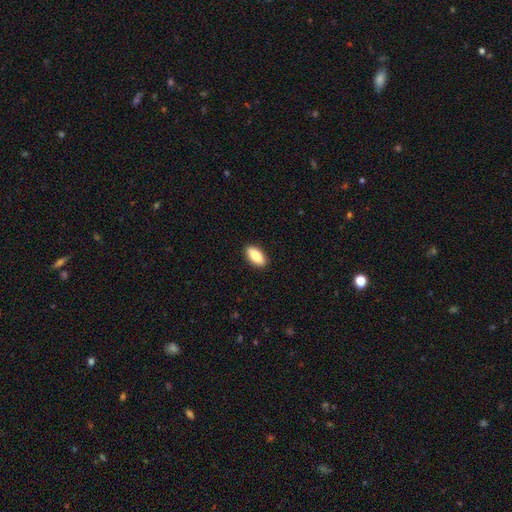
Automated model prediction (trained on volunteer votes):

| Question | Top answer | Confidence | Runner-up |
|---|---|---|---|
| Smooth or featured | smooth | 85% | featured or disk (8%) |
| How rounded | in between | 90% | cigar-shaped (8%) |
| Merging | none | 90% | minor disturbance (7%) |